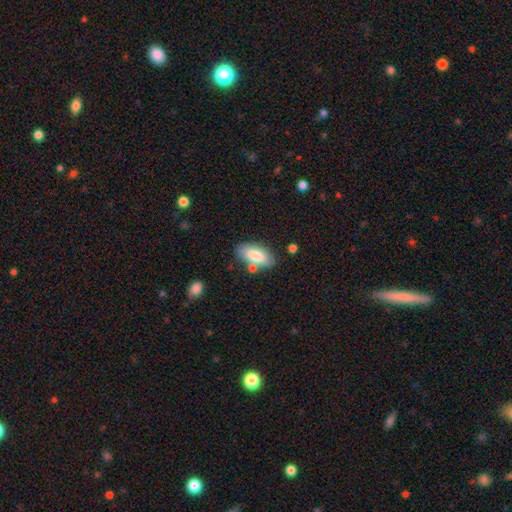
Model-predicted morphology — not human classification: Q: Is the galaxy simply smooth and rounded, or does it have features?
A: smooth — 80%.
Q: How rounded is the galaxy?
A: in between — 87%.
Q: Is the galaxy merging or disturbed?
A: none — 72%.